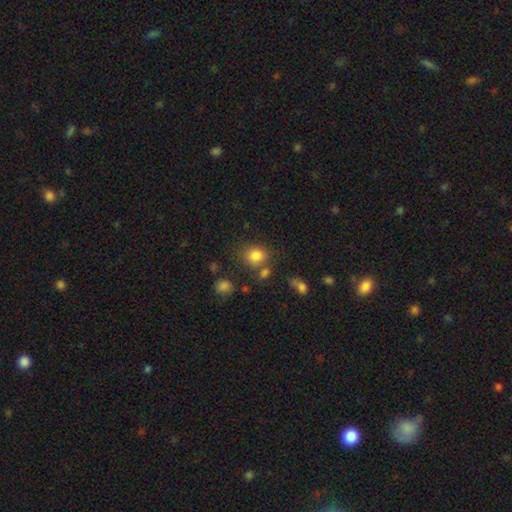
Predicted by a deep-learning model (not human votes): smooth-or-featured: smooth: 81% | star or artifact: 12% | featured or disk: 7%
  how-rounded: round: 66% | in between: 33% | cigar-shaped: 1%
  merging: none: 67% | minor disturbance: 14% | merger: 13% | major disturbance: 6%